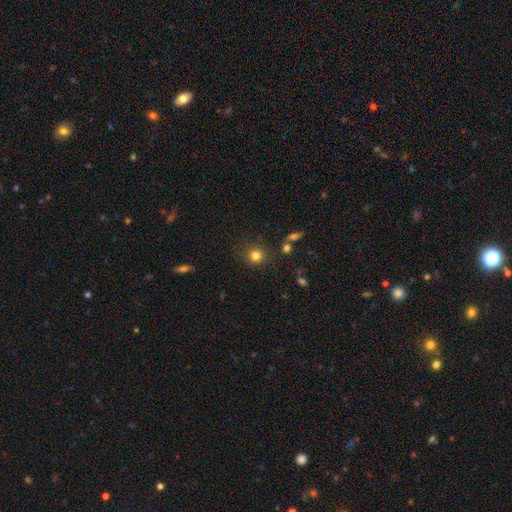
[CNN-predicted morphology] smooth_or_featured: smooth (p=0.80) [alt: star or artifact p=0.14]
how_rounded: round (p=0.90) [alt: in between p=0.09]
merging: none (p=0.84) [alt: minor disturbance p=0.09]